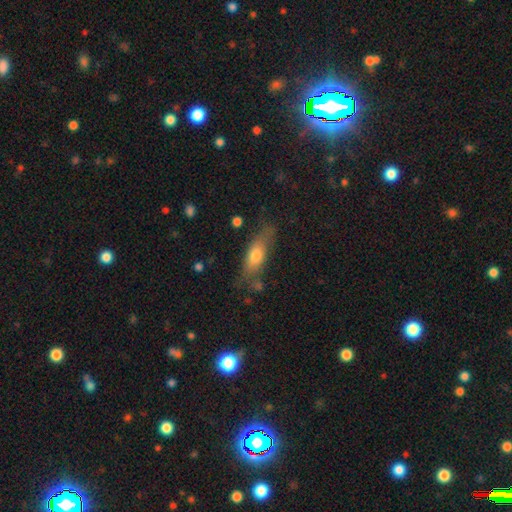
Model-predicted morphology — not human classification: smooth-or-featured: smooth: 66% | featured or disk: 27% | star or artifact: 8%
  how-rounded: in between: 56% | cigar-shaped: 40% | round: 4%
  merging: none: 69% | minor disturbance: 21% | major disturbance: 6% | merger: 4%